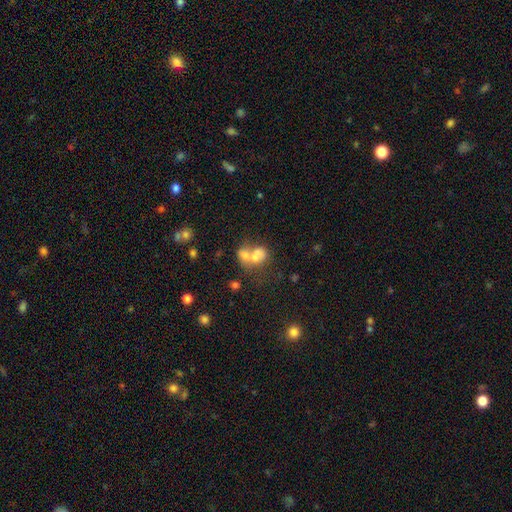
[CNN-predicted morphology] smooth-or-featured: smooth: 59% | featured or disk: 26% | star or artifact: 15%
  how-rounded: in between: 53% | round: 46% | cigar-shaped: 1%
  merging: merger: 66% | none: 20% | minor disturbance: 7% | major disturbance: 6%